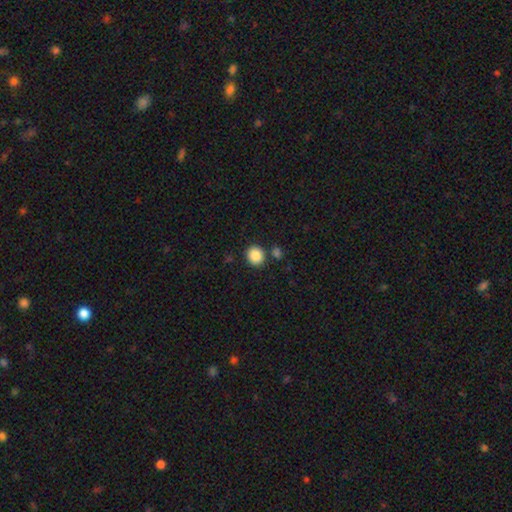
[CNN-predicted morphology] A smooth galaxy with no disk features (87%) that is round (82%). Merging: none (83%).